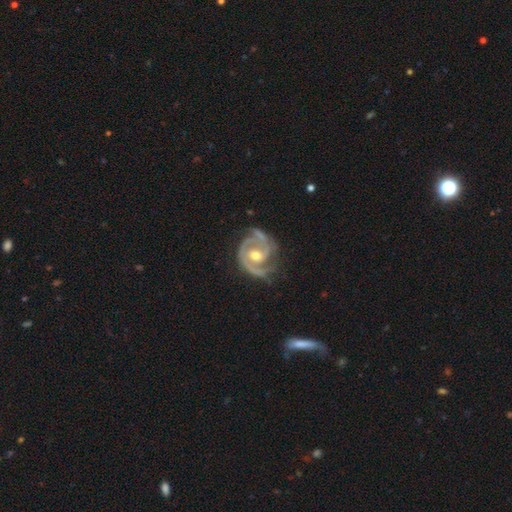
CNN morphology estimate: Smooth or featured? Predicted: featured or disk (p=0.91). Edge-on disk? Predicted: no (p=0.98). Bar? Predicted: no (p=0.53). Spiral arms? Predicted: yes (p=0.97). Spiral winding? Predicted: tight (p=0.56). Spiral arm count? Predicted: 2 (p=0.60). Bulge size? Predicted: moderate (p=0.74). Merging? Predicted: none (p=0.64).